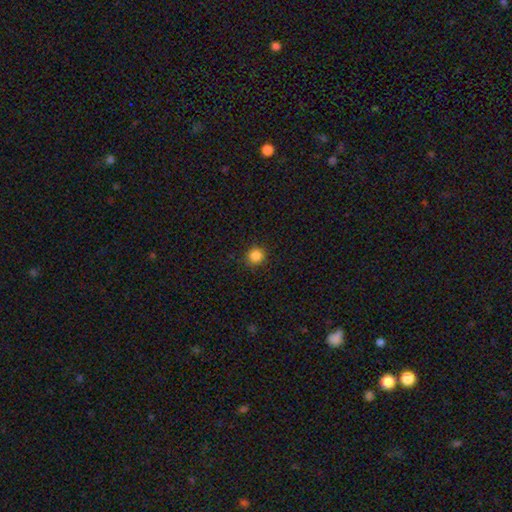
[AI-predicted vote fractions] Smooth or featured? Predicted: smooth (p=0.85). How rounded? Predicted: round (p=0.93). Merging? Predicted: none (p=0.90).